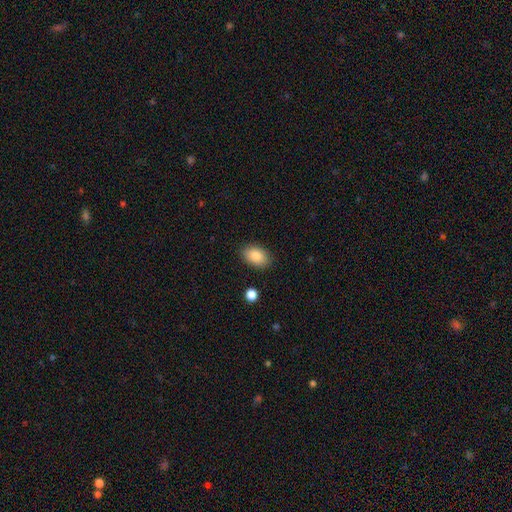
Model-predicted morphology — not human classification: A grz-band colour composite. It shows a smooth galaxy with no disk features (86%) that is in between round and cigar-shaped (88%). Merging: none (86%).